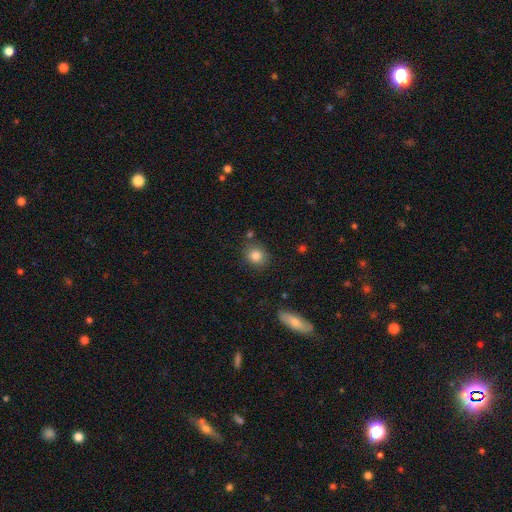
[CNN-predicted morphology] smooth-or-featured: smooth: 82% | star or artifact: 11% | featured or disk: 7%
  how-rounded: round: 76% | in between: 23% | cigar-shaped: 1%
  merging: none: 80% | minor disturbance: 12% | merger: 5% | major disturbance: 3%